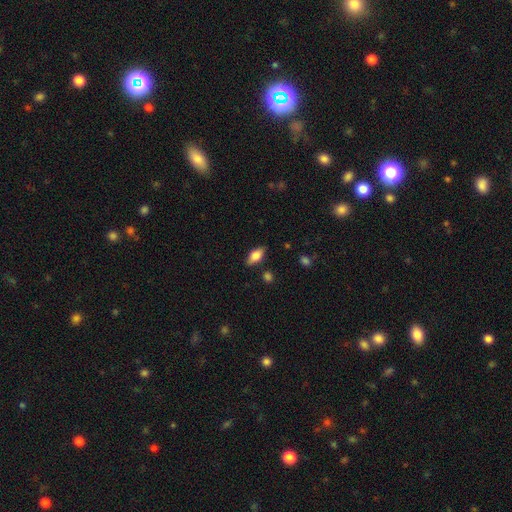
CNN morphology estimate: Q: Smooth or featured?
A: smooth (73%); runner-up: featured or disk (19%)
Q: How rounded?
A: in between (86%); runner-up: cigar-shaped (10%)
Q: Merging?
A: none (83%); runner-up: minor disturbance (13%)